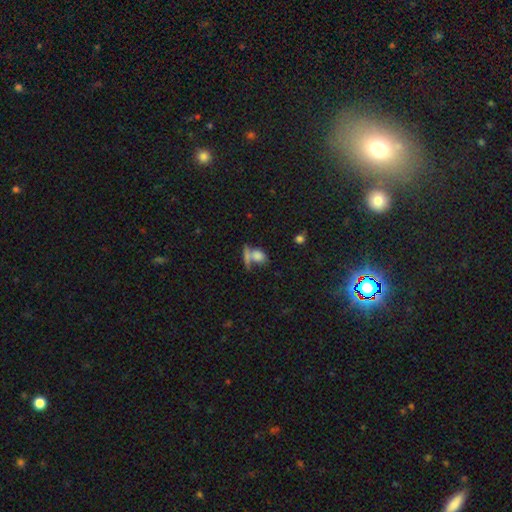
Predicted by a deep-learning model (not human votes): Smooth or featured? smooth (72%)
How rounded? in between (58%)
Merging? merger (45%)